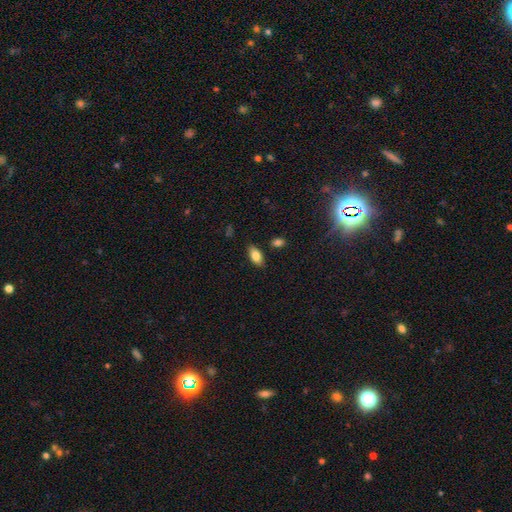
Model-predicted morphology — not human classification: smooth_or_featured: smooth (p=0.81) [alt: featured or disk p=0.11]
how_rounded: in between (p=0.90) [alt: cigar-shaped p=0.06]
merging: none (p=0.83) [alt: minor disturbance p=0.11]